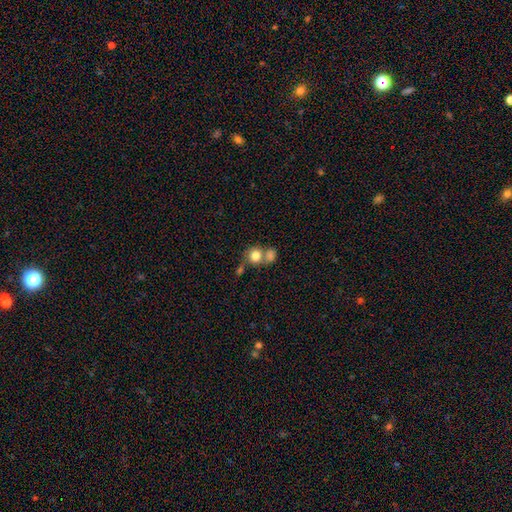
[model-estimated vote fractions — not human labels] smooth_or_featured: smooth (p=0.79) [alt: featured or disk p=0.11]
how_rounded: round (p=0.82) [alt: in between p=0.17]
merging: merger (p=0.49) [alt: none p=0.38]